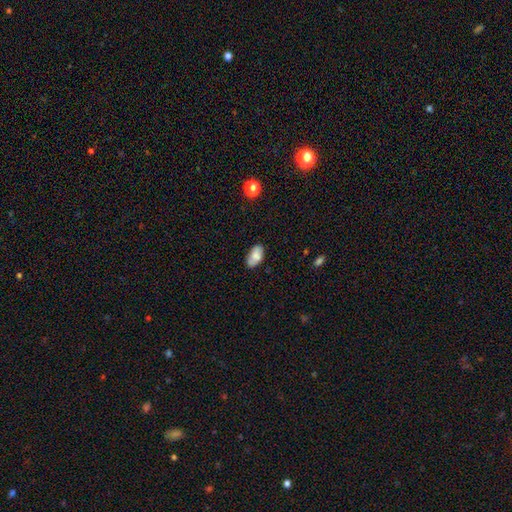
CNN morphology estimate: A smooth galaxy with no disk features (78%) that is in between round and cigar-shaped (94%).

Vote fractions:
- Smooth or featured? smooth: 78% / featured or disk: 14% / star or artifact: 8%
- How rounded? in between: 94% / round: 4% / cigar-shaped: 2%
- Merging? none: 76% / minor disturbance: 19% / major disturbance: 3% / merger: 2%